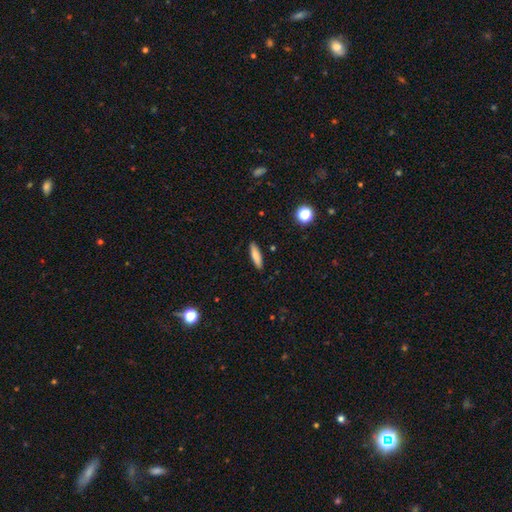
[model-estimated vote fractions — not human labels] Q: Smooth or featured?
A: smooth (77%); runner-up: featured or disk (15%)
Q: How rounded?
A: cigar-shaped (67%); runner-up: in between (30%)
Q: Merging?
A: none (89%); runner-up: minor disturbance (8%)